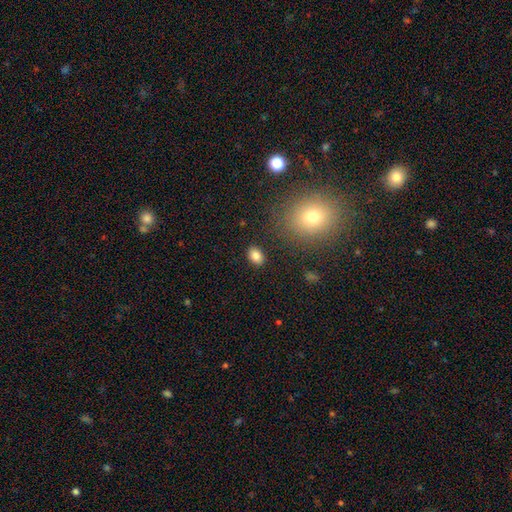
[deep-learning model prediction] This is clearly a smooth galaxy (84%). How rounded: likely in between (77%). Merging: clearly none (86%).